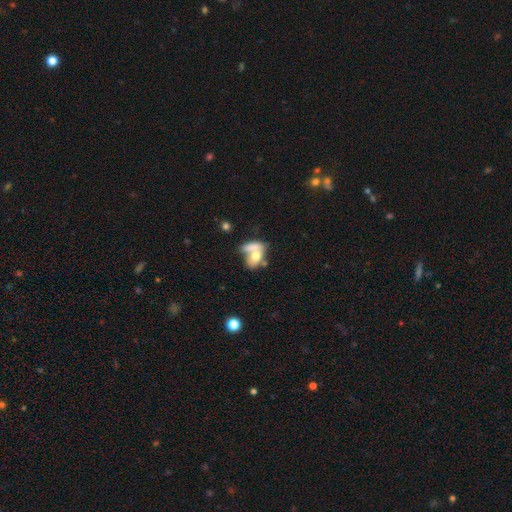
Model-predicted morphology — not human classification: smooth 61%, featured or disk 30%, star or artifact 9%. Down the decision tree: how rounded — in between (73%); merging — merger (57%).